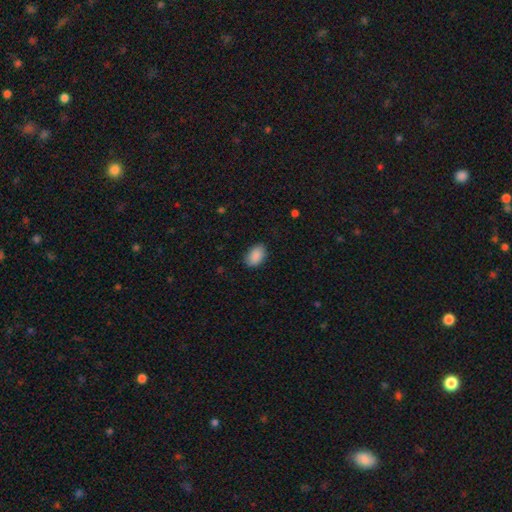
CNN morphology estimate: Q: Smooth or featured?
A: smooth (90%); runner-up: star or artifact (7%)
Q: How rounded?
A: in between (88%); runner-up: round (11%)
Q: Merging?
A: none (85%); runner-up: minor disturbance (11%)